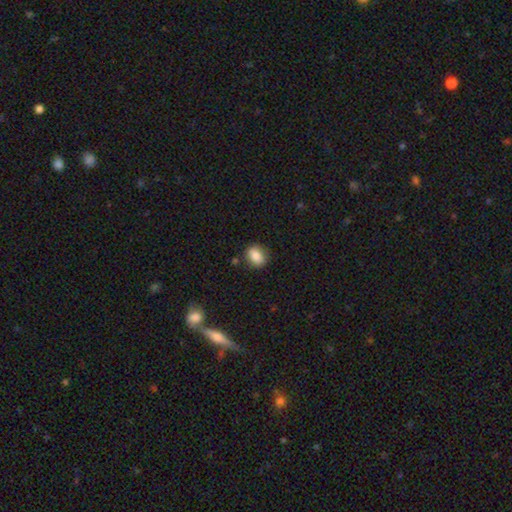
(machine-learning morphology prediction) A smooth galaxy with no disk features (85%) that is in between round and cigar-shaped (56%). Merging: none (82%).